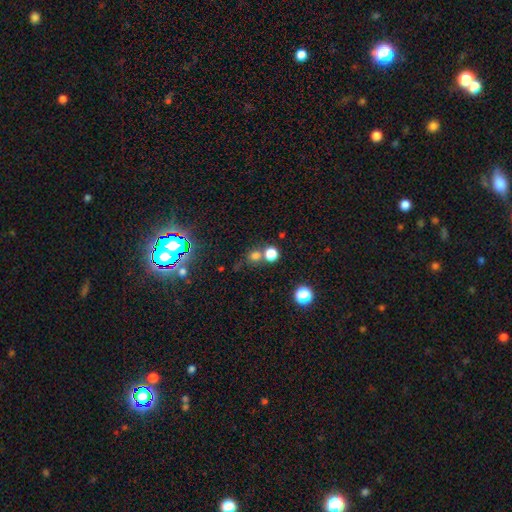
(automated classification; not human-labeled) Smooth or featured: smooth — 67% (star or artifact — 25%)
How rounded: round — 89% (in between — 10%)
Merging: none — 58% (merger — 30%)